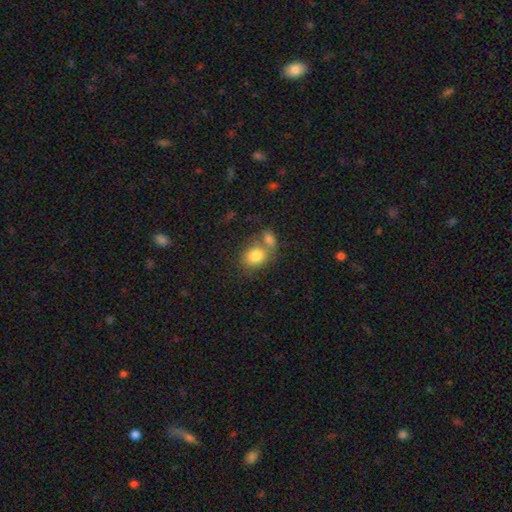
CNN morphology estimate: type=smooth (81%); roundness=in between (50%); merging=merger (45%).